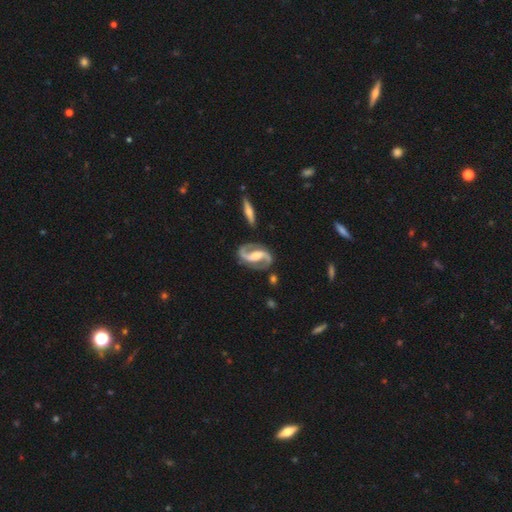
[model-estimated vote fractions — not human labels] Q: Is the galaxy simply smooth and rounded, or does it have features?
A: featured or disk — 93%.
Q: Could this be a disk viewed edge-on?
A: no — 97%.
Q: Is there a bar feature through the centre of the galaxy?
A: strong — 43%.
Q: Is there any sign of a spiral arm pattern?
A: yes — 98%.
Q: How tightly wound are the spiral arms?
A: medium — 54%.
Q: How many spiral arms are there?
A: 2 — 95%.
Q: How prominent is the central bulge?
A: moderate — 54%.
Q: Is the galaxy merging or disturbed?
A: none — 82%.